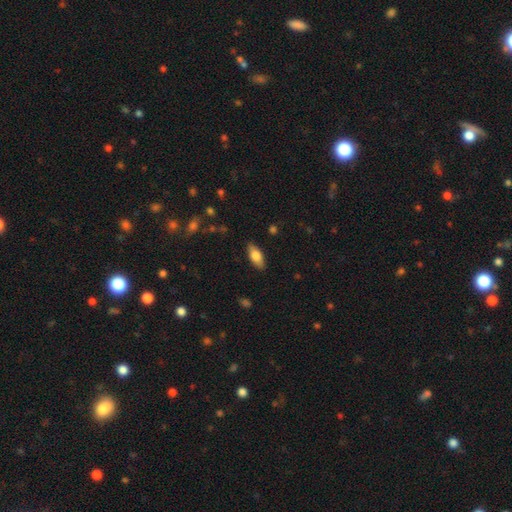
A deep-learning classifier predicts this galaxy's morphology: Smooth or featured? Predicted: smooth (p=0.73). How rounded? Predicted: in between (p=0.80). Merging? Predicted: none (p=0.87).